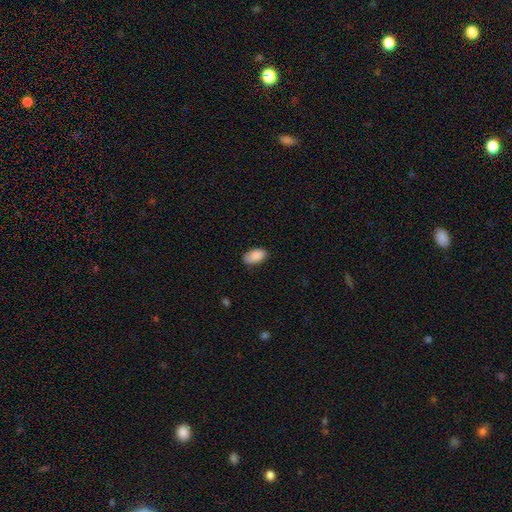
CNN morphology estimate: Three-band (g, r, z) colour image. It shows a smooth galaxy with no disk features (89%) that is in between round and cigar-shaped (94%). Merging: none (82%).